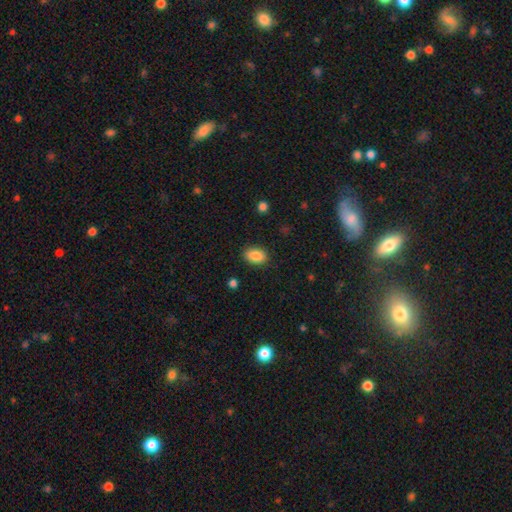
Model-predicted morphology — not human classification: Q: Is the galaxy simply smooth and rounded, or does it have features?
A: smooth — 88%.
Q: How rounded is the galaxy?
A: in between — 89%.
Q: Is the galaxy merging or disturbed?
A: none — 88%.